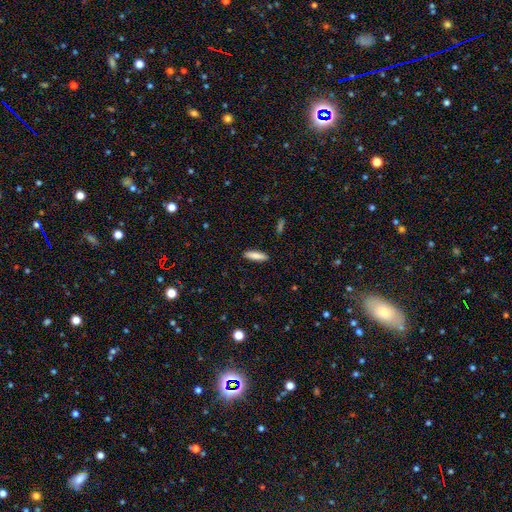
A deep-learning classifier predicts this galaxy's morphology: Q: Smooth or featured?
A: smooth (85%); runner-up: featured or disk (8%)
Q: How rounded?
A: cigar-shaped (69%); runner-up: in between (29%)
Q: Merging?
A: none (91%); runner-up: minor disturbance (7%)